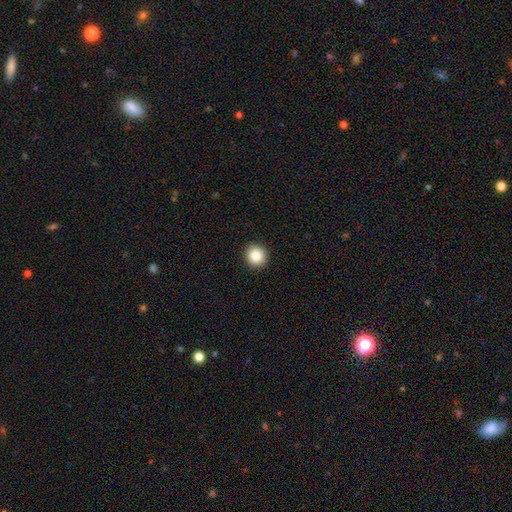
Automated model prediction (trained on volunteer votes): A smooth galaxy with no disk features (86%) that is round (88%). Merging: none (92%).